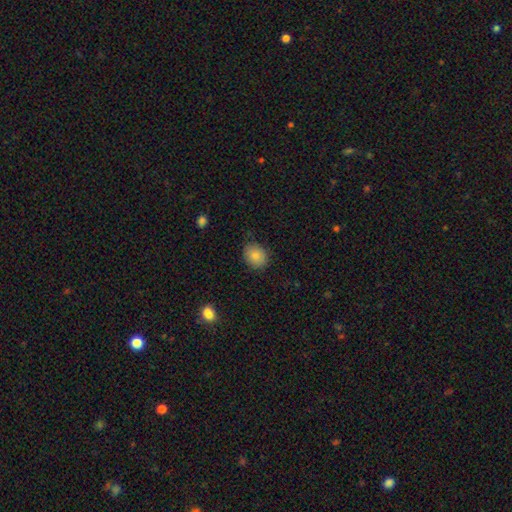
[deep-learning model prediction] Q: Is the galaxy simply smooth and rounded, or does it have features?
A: smooth — 83%.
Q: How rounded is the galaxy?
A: round — 57%.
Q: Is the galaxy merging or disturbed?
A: none — 80%.